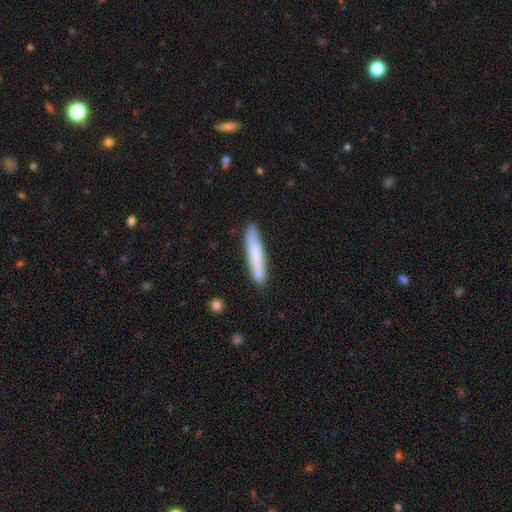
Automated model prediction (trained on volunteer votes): smooth_or_featured: smooth (p=0.72) [alt: featured or disk p=0.22]
how_rounded: cigar-shaped (p=0.94) [alt: in between p=0.05]
merging: none (p=0.85) [alt: minor disturbance p=0.11]